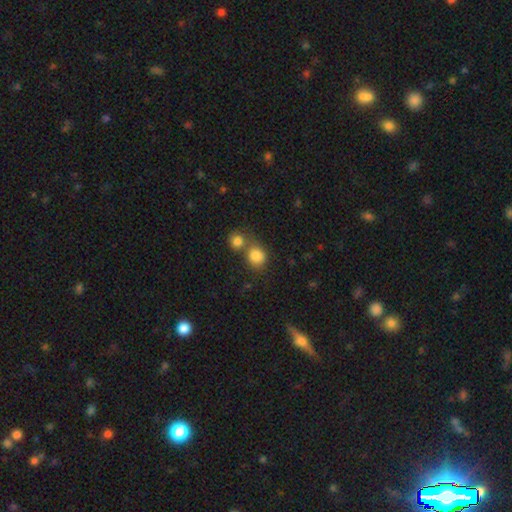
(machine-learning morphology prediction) Smooth or featured? Predicted: smooth (p=0.84). How rounded? Predicted: round (p=0.76). Merging? Predicted: none (p=0.46).